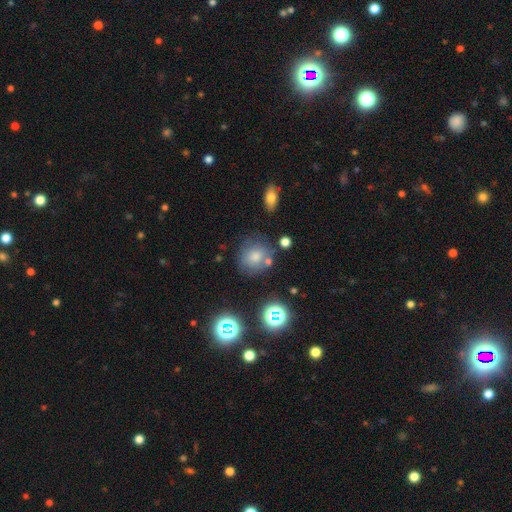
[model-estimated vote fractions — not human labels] Smooth or featured: smooth — 67% (star or artifact — 21%)
How rounded: round — 82% (in between — 17%)
Merging: none — 71% (minor disturbance — 15%)